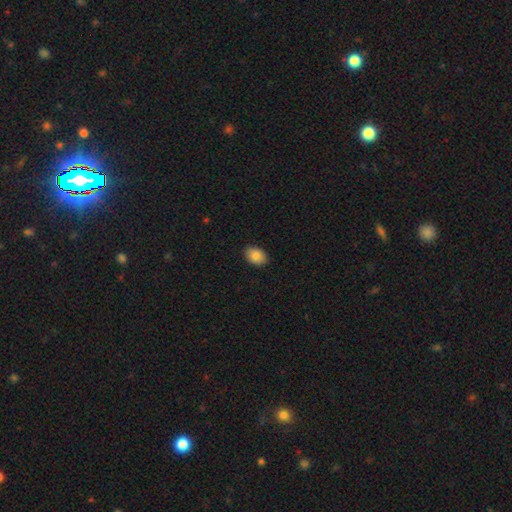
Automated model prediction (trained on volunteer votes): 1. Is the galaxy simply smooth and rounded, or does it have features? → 86% smooth, 8% star or artifact, 6% featured or disk.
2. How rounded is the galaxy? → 77% in between, 22% round, 1% cigar-shaped.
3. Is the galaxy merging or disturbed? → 90% none, 8% minor disturbance, 2% major disturbance, 1% merger.